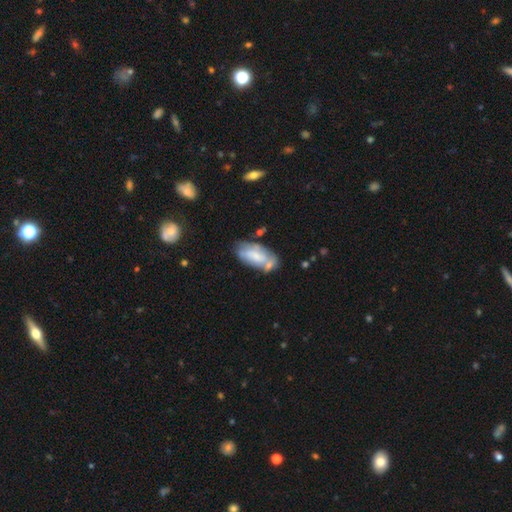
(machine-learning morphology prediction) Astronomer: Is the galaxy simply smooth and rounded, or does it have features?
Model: smooth — 60%.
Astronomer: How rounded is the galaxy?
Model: in between — 90%.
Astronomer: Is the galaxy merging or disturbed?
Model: none — 44% (runner-up: minor disturbance, 23%).